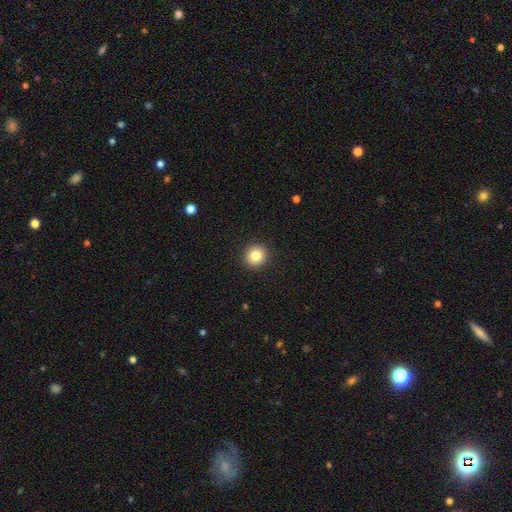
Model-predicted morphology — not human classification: smooth_or_featured: smooth (p=0.83) [alt: star or artifact p=0.10]
how_rounded: round (p=0.91) [alt: in between p=0.08]
merging: none (p=0.92) [alt: minor disturbance p=0.05]